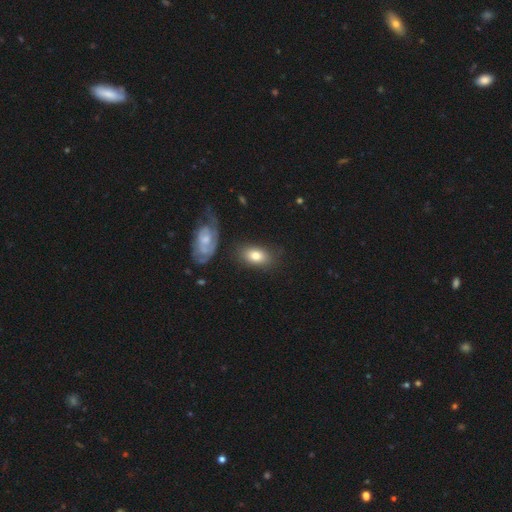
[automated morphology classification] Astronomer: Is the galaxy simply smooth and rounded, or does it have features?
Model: smooth — 75%.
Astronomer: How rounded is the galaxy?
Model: in between — 88%.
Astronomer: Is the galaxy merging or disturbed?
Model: none — 72%.